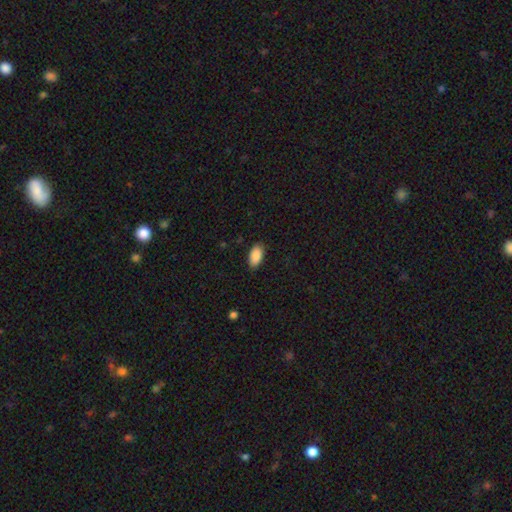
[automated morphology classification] Overall: smooth (90%). How rounded: in between (94%). Merging: none (86%).